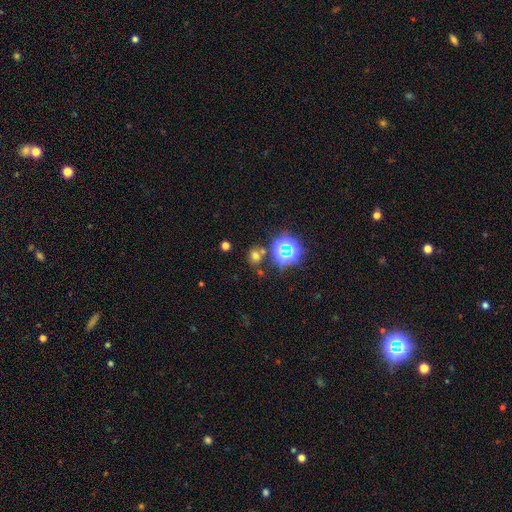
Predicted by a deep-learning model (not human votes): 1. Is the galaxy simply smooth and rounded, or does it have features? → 55% smooth, 37% star or artifact, 8% featured or disk.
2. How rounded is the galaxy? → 61% round, 37% in between, 1% cigar-shaped.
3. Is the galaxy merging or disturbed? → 73% none, 12% merger, 11% minor disturbance, 4% major disturbance.